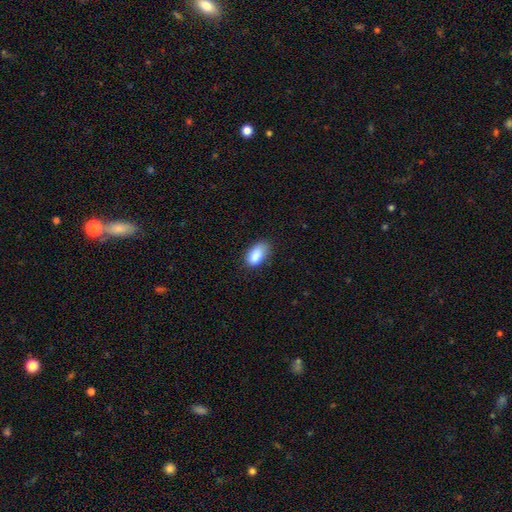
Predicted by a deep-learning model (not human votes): A smooth galaxy with no disk features (87%) that is in between round and cigar-shaped (93%). Merging: none (66%).